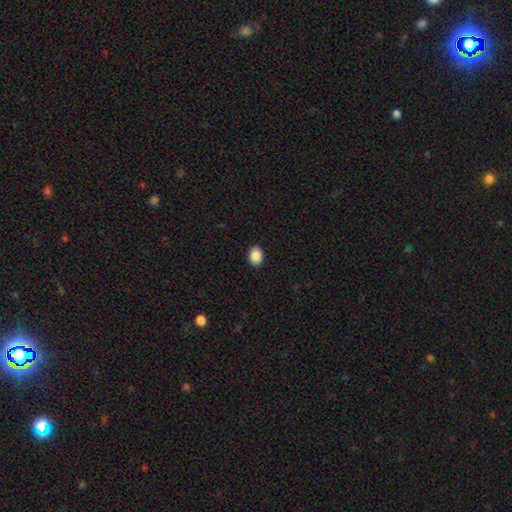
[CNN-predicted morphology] Overall: smooth (89%). How rounded: in between (65%; round 34%). Merging: none (91%).